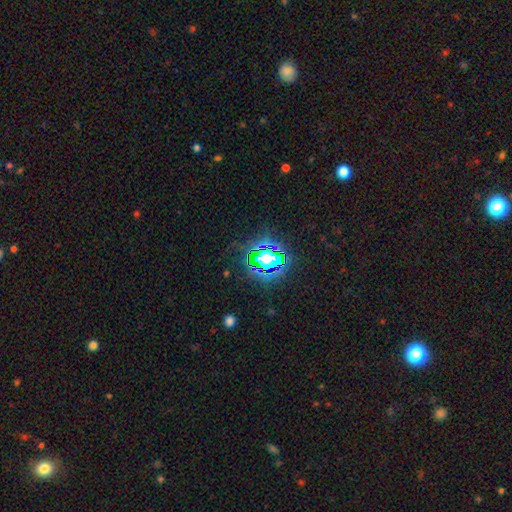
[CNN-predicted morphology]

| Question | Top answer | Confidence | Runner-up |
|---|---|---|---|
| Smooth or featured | star or artifact | 78% | smooth (14%) |